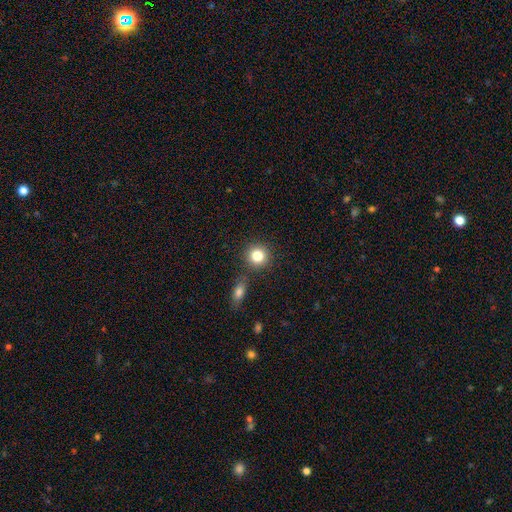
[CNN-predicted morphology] A smooth galaxy with no disk features (77%) that is round (91%). Merging: none (80%).